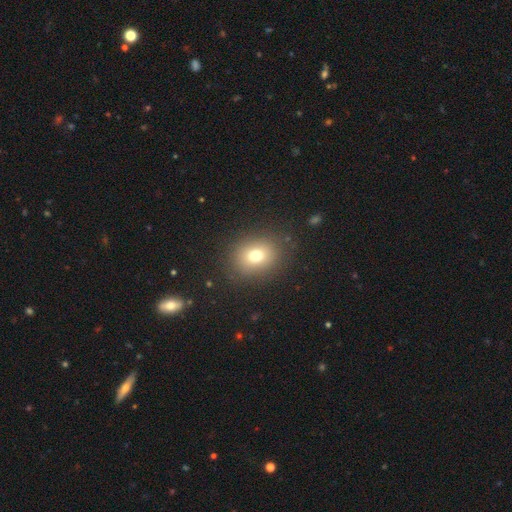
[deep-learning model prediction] A smooth galaxy with no disk features (74%) that is round (62%). Merging: none (86%).